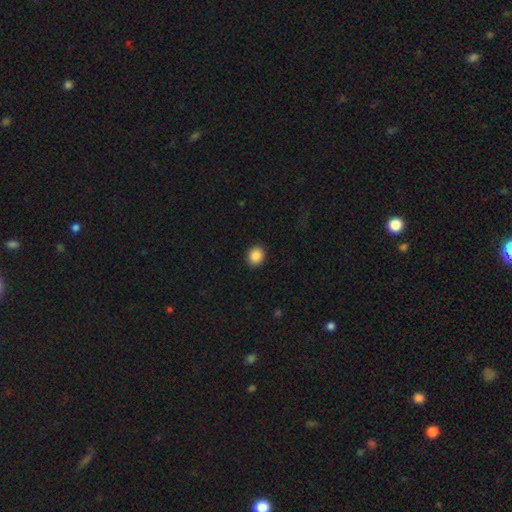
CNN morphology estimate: Smooth or featured? Predicted: smooth (p=0.88). How rounded? Predicted: round (p=0.69). Merging? Predicted: none (p=0.91).